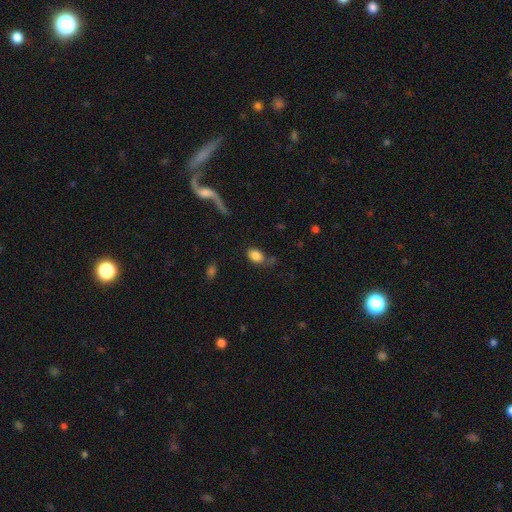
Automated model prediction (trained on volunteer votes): This appears to be a smooth galaxy with no disk features (84%) that is in between round and cigar-shaped (82%). Merging: none (58%).